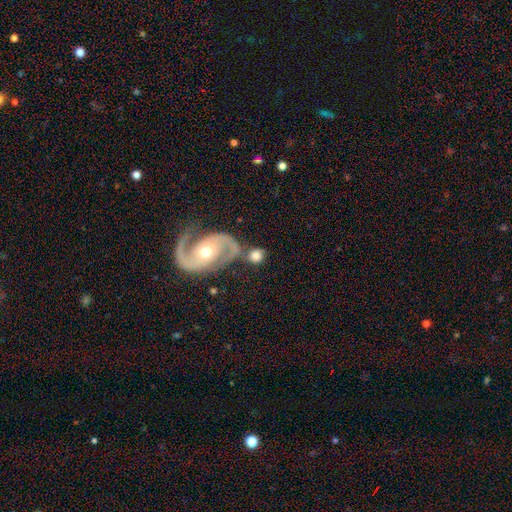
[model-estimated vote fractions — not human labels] This is possibly a smooth galaxy (58%). How rounded: likely round (72%). Merging: possibly none (56%).